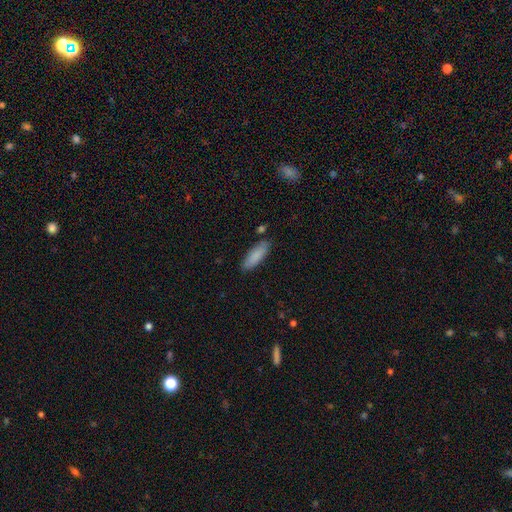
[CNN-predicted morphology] Smooth or featured? smooth (86%)
How rounded? in between (54%)
Merging? none (82%)